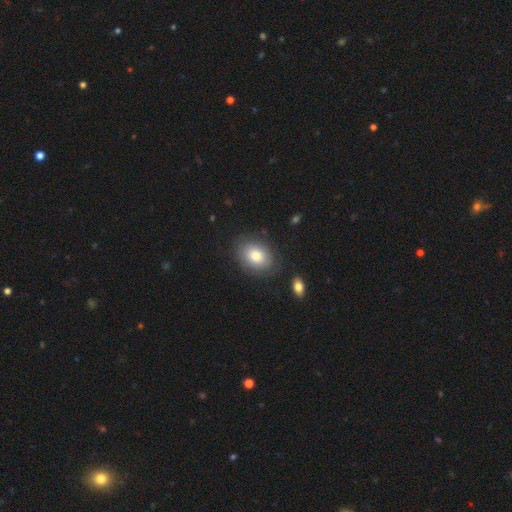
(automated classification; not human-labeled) Smooth or featured?
  - smooth: 78% *
  - featured or disk: 15%
  - star or artifact: 8%
How rounded?
  - in between: 68% *
  - round: 31%
  - cigar-shaped: 1%
Merging?
  - none: 80% *
  - minor disturbance: 13%
  - major disturbance: 5%
  - merger: 2%